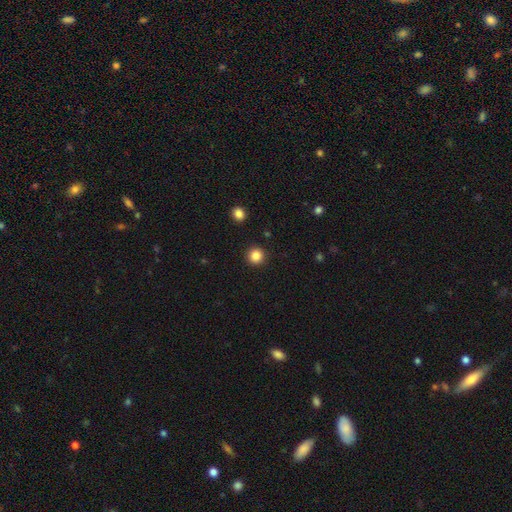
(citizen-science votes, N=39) Q: Smooth or featured?
A: smooth (95%); runner-up: featured or disk (5%)
Q: How rounded?
A: round (97%); runner-up: in between (3%)
Q: Merging?
A: none (90%); runner-up: minor disturbance (5%)